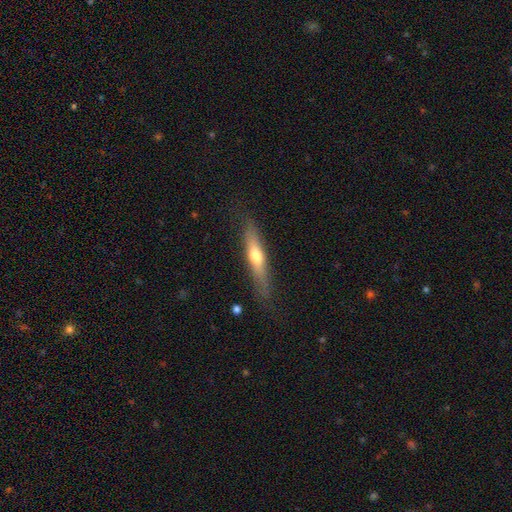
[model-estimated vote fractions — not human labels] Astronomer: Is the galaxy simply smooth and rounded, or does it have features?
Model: smooth — 51% (runner-up: featured or disk, 43%).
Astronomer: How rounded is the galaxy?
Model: cigar-shaped — 82%.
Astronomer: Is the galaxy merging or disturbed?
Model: none — 79%.